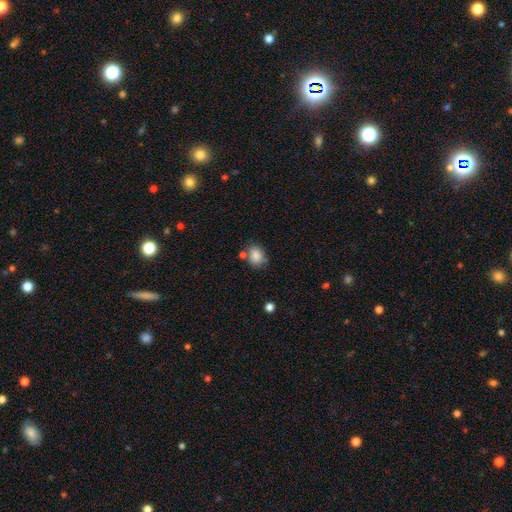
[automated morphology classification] This is clearly a smooth galaxy (85%). How rounded: possibly in between (55%). Merging: likely none (65%).